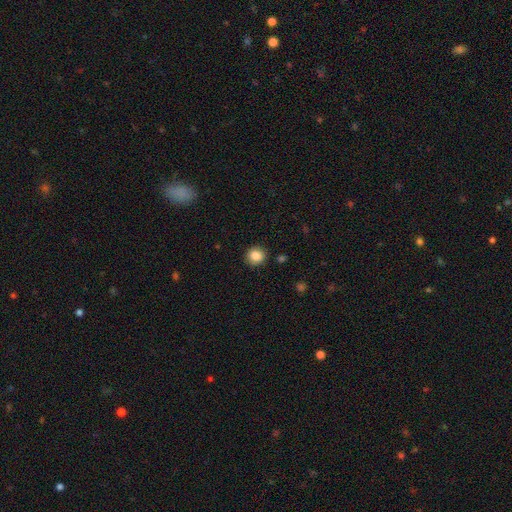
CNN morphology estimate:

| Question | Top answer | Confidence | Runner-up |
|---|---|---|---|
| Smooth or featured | smooth | 86% | star or artifact (10%) |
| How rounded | round | 85% | in between (14%) |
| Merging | none | 90% | minor disturbance (7%) |